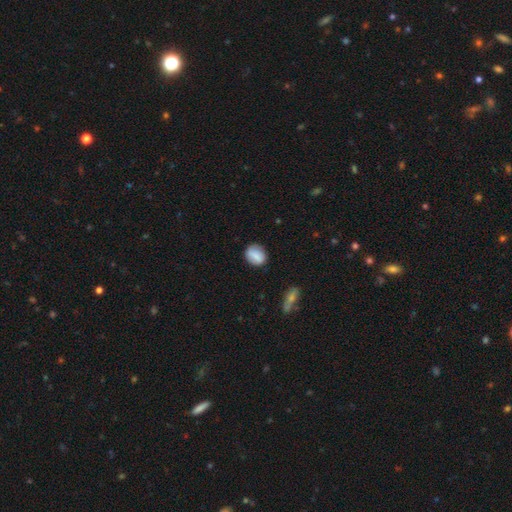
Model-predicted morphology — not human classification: Smooth or featured? Predicted: smooth (p=0.76). How rounded? Predicted: round (p=0.51). Merging? Predicted: none (p=0.79).